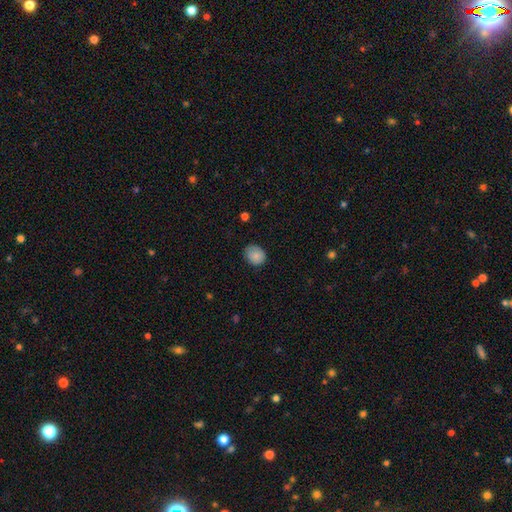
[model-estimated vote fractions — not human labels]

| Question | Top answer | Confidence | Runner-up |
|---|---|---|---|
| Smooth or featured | smooth | 87% | star or artifact (8%) |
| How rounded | round | 59% | in between (40%) |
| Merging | none | 76% | minor disturbance (20%) |